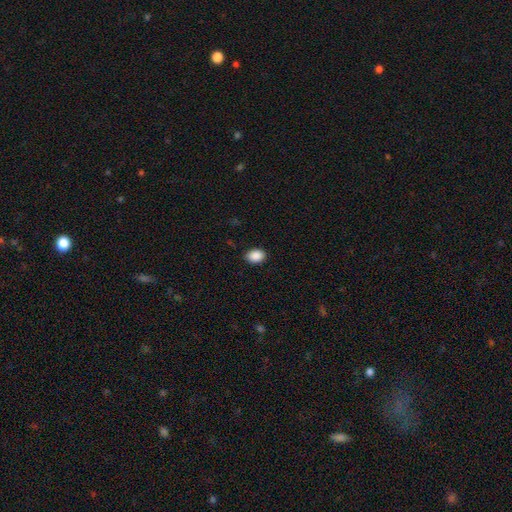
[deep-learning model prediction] A smooth galaxy with no disk features (90%) that is in between round and cigar-shaped (69%).

Vote fractions:
- Smooth or featured? smooth: 90% / star or artifact: 8% / featured or disk: 3%
- How rounded? in between: 69% / round: 30% / cigar-shaped: 1%
- Merging? none: 86% / minor disturbance: 10% / major disturbance: 2% / merger: 1%